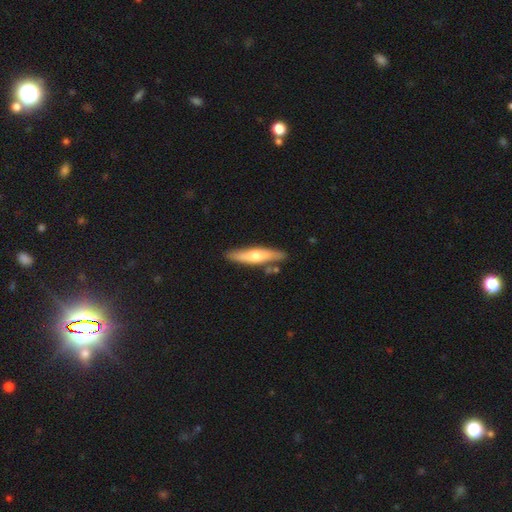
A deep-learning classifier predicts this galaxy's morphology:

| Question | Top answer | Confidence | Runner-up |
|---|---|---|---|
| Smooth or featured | smooth | 48% | featured or disk (47%) |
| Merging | none | 82% | minor disturbance (11%) |